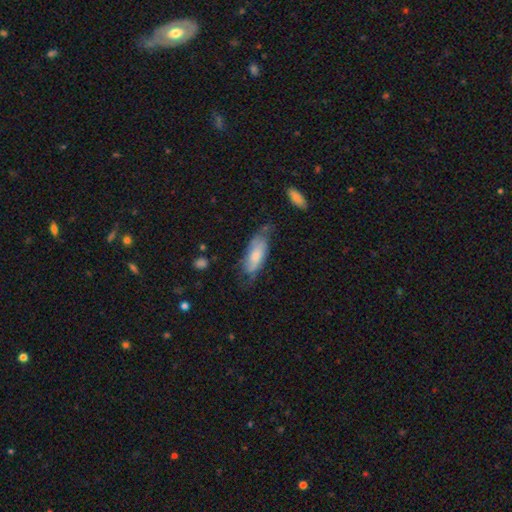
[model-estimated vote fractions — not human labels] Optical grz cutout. It shows a smooth galaxy with no disk features (63%) that is in between round and cigar-shaped (75%). Merging: none (50%).